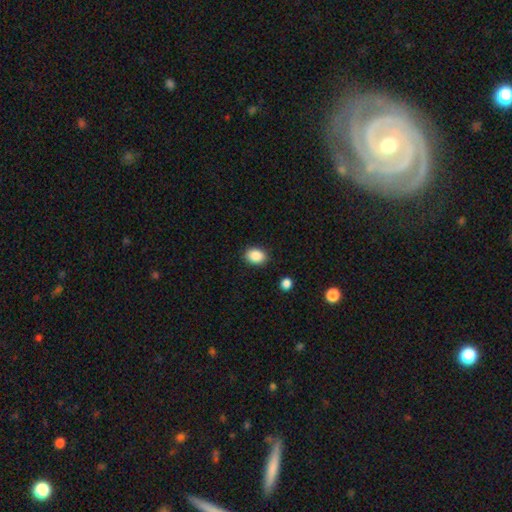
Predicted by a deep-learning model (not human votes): Smooth or featured? smooth (89%)
How rounded? in between (70%)
Merging? none (88%)